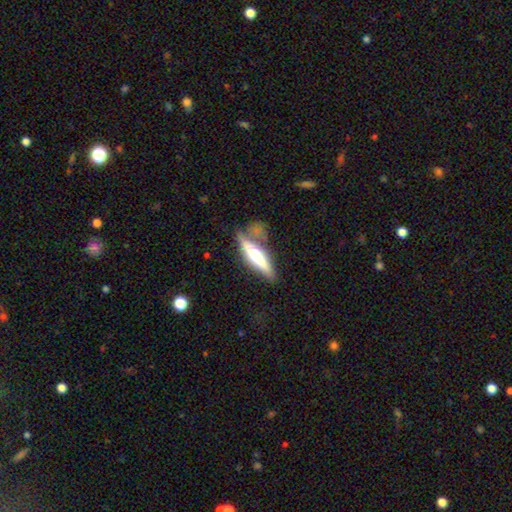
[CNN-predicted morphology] Smooth or featured?
  - featured or disk: 48% *
  - smooth: 47%
  - star or artifact: 6%
Merging?
  - none: 57% *
  - minor disturbance: 20%
  - merger: 13%
  - major disturbance: 10%